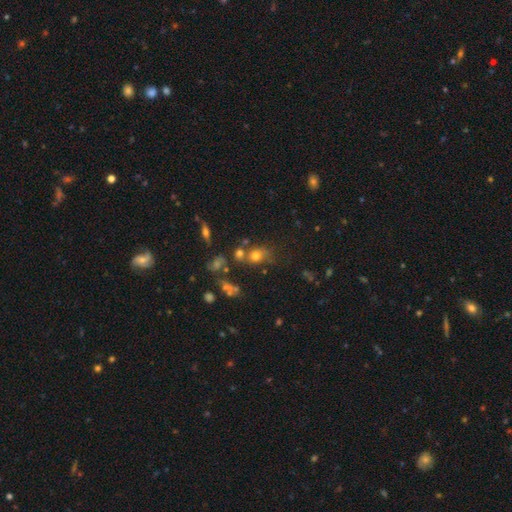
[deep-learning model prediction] Overall: smooth (69%). How rounded: round (54%; in between 43%). Merging: none (49%; merger 21%).